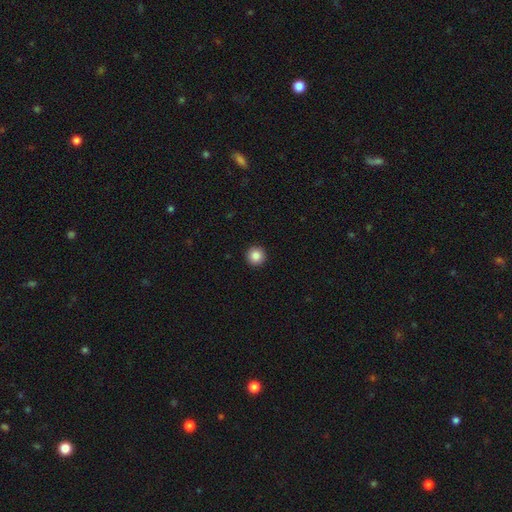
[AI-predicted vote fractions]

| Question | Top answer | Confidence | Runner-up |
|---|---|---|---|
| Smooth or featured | smooth | 86% | star or artifact (9%) |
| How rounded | round | 96% | in between (3%) |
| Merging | none | 94% | minor disturbance (4%) |